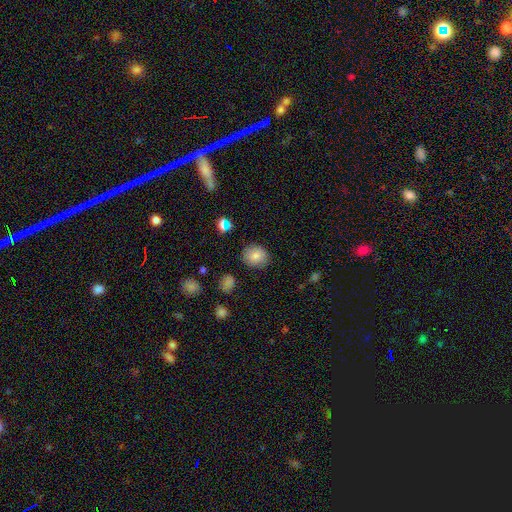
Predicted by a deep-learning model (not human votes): A smooth galaxy with no disk features (79%) that is round (70%).

Vote fractions:
- Smooth or featured? smooth: 79% / star or artifact: 11% / featured or disk: 9%
- How rounded? round: 70% / in between: 29% / cigar-shaped: 1%
- Merging? none: 83% / minor disturbance: 12% / major disturbance: 3% / merger: 2%